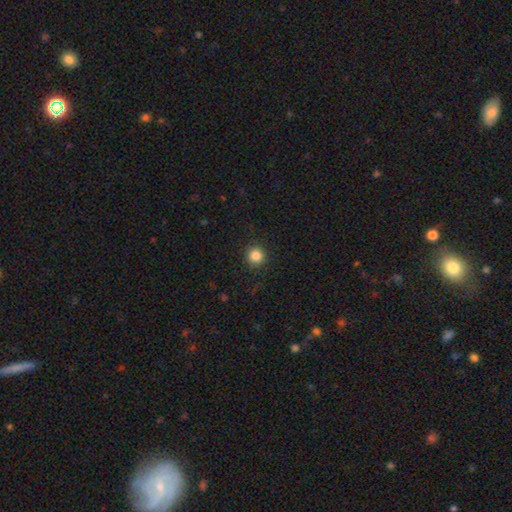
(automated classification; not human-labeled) Smooth or featured? smooth (85%)
How rounded? round (95%)
Merging? none (92%)